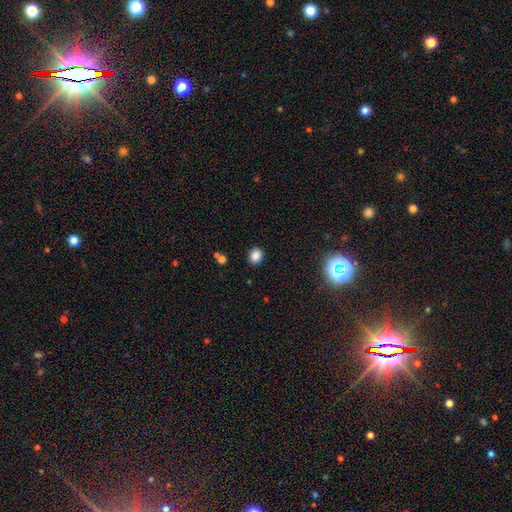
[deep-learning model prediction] Smooth or featured? Predicted: smooth (p=0.84). How rounded? Predicted: round (p=0.76). Merging? Predicted: none (p=0.90).